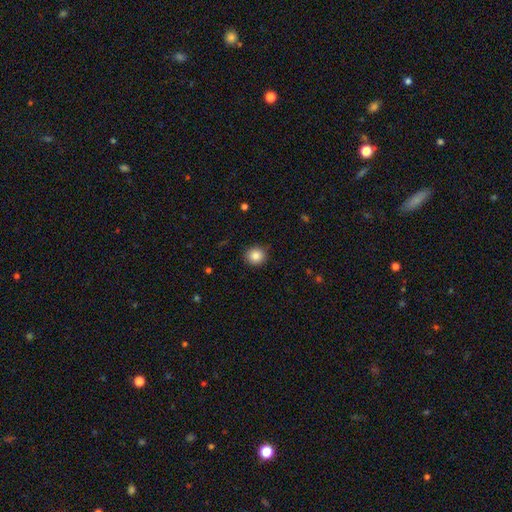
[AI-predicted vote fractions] A smooth galaxy with no disk features (85%) that is round (89%).

Vote fractions:
- Smooth or featured? smooth: 85% / star or artifact: 10% / featured or disk: 5%
- How rounded? round: 89% / in between: 10% / cigar-shaped: 1%
- Merging? none: 90% / minor disturbance: 7% / major disturbance: 2% / merger: 1%